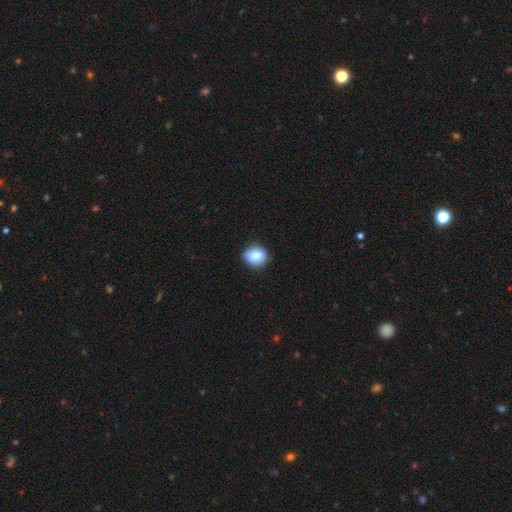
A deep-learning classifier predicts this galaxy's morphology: smooth 83%, star or artifact 8%, featured or disk 8%. Down the decision tree: how rounded — round (75%); merging — none (80%).